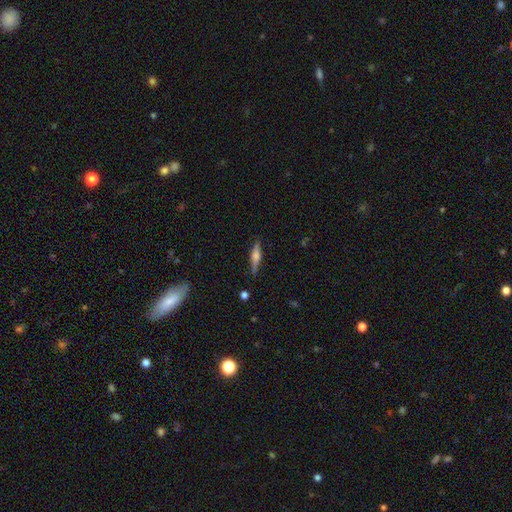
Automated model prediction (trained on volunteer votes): Smooth or featured? featured or disk (55%)
Edge-on disk? yes (96%)
Edge-on bulge? rounded (73%)
Merging? none (85%)